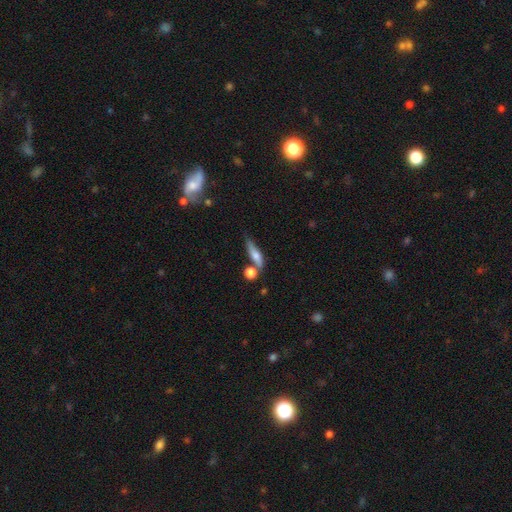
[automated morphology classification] Q: Smooth or featured?
A: smooth (60%); runner-up: featured or disk (32%)
Q: How rounded?
A: cigar-shaped (63%); runner-up: in between (31%)
Q: Merging?
A: none (53%); runner-up: minor disturbance (20%)